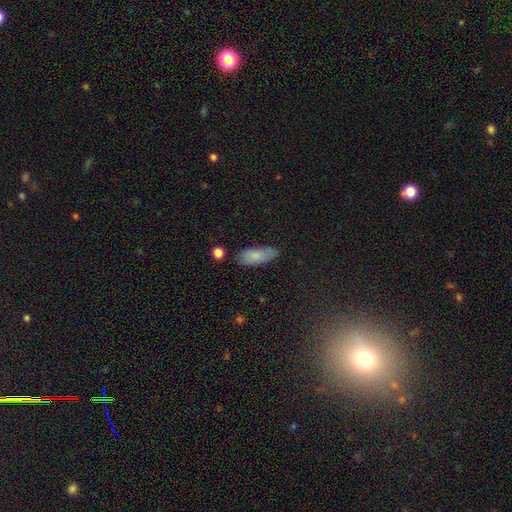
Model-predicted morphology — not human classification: smooth-or-featured: smooth: 82% | featured or disk: 11% | star or artifact: 8%
  how-rounded: in between: 76% | cigar-shaped: 21% | round: 2%
  merging: none: 73% | minor disturbance: 19% | major disturbance: 4% | merger: 3%